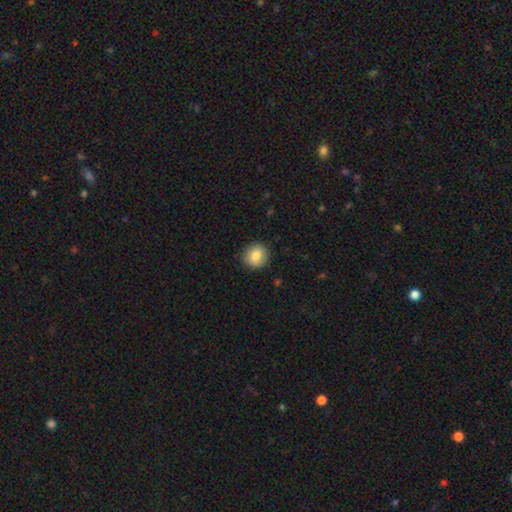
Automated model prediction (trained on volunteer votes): A smooth galaxy with no disk features (82%) that is round (87%).

Vote fractions:
- Smooth or featured? smooth: 82% / featured or disk: 10% / star or artifact: 8%
- How rounded? round: 87% / in between: 12% / cigar-shaped: 1%
- Merging? none: 89% / minor disturbance: 8% / major disturbance: 2% / merger: 1%